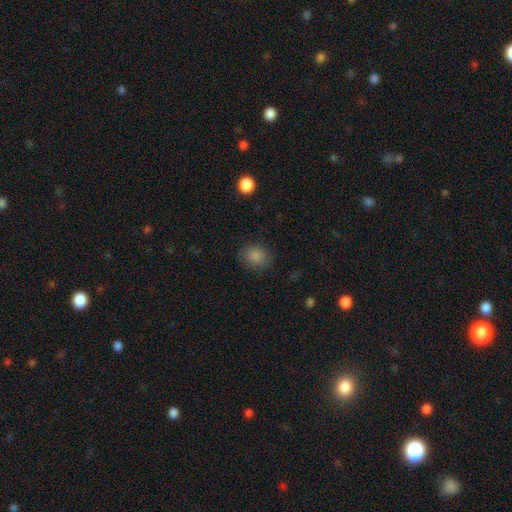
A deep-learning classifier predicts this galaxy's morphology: Smooth or featured? Predicted: smooth (p=0.86). How rounded? Predicted: round (p=0.61). Merging? Predicted: none (p=0.83).